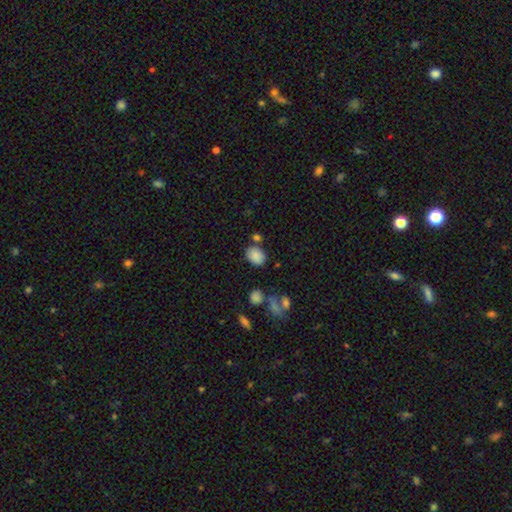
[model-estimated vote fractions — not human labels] A smooth galaxy with no disk features (85%) that is in between round and cigar-shaped (70%). Merging: none (71%).